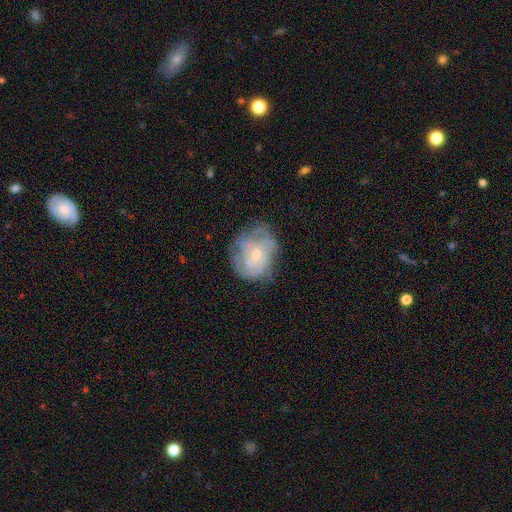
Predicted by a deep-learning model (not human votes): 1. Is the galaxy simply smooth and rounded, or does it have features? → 68% featured or disk, 23% smooth, 8% star or artifact.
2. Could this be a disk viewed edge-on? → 97% no, 3% yes.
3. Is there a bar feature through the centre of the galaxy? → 77% no, 20% weak, 3% strong.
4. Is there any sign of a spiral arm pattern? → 78% yes, 22% no.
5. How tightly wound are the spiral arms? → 55% tight, 33% medium, 13% loose.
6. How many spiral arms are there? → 49% can't tell, 15% 4, 14% 3, 10% 2, 7% more than 4, 5% 1.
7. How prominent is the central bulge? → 64% small, 30% moderate, 3% none, 2% large, 1% dominant.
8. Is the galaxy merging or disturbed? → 62% none, 23% minor disturbance, 13% major disturbance, 2% merger.